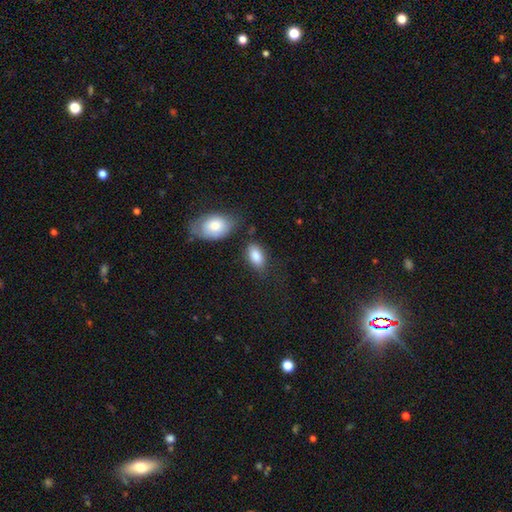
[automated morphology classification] This is clearly a smooth galaxy (86%). How rounded: clearly in between (92%). Merging: likely none (65%).